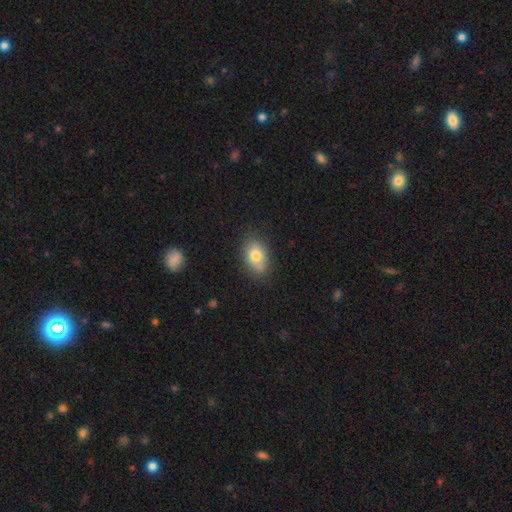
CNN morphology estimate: smooth_or_featured: smooth (p=0.79) [alt: featured or disk p=0.13]
how_rounded: in between (p=0.84) [alt: round p=0.14]
merging: none (p=0.77) [alt: minor disturbance p=0.16]